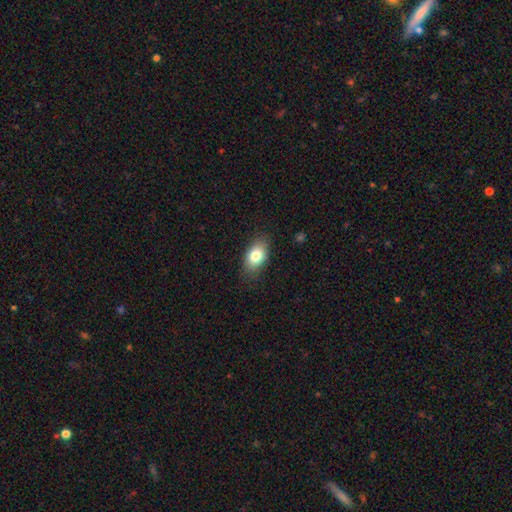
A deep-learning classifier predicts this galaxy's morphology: This appears to be a smooth galaxy with no disk features (79%) that is in between round and cigar-shaped (87%). Merging: none (83%).